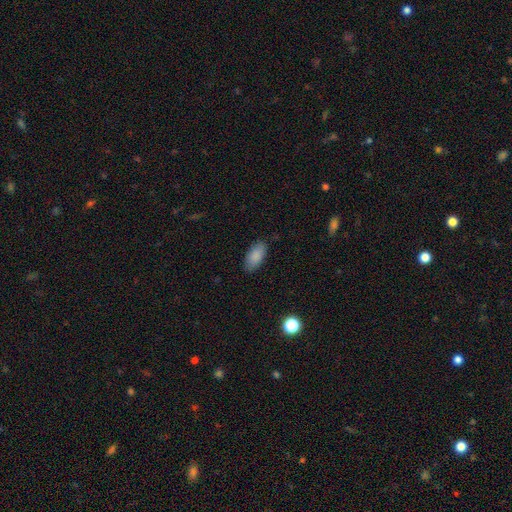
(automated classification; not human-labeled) Smooth or featured: smooth — 88% (star or artifact — 7%)
How rounded: in between — 92% (cigar-shaped — 6%)
Merging: none — 86% (minor disturbance — 11%)